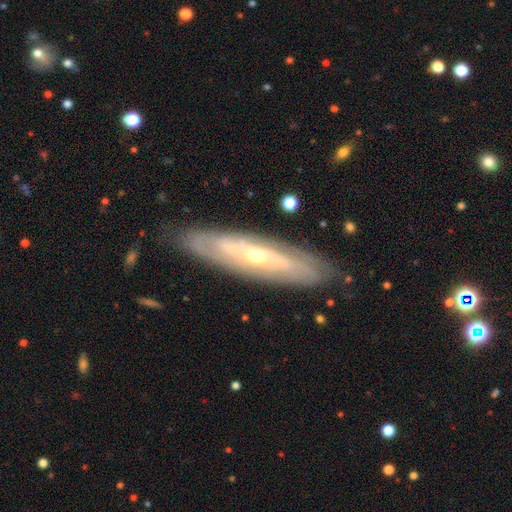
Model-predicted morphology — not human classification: This appears to be a featured or disk galaxy (76%). Merging: none (84%).